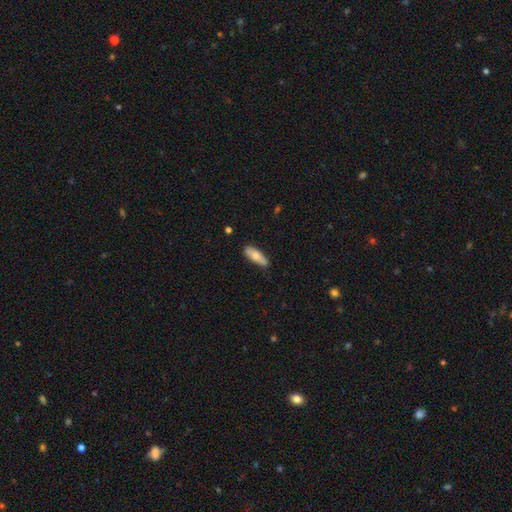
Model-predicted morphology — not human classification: Q: Smooth or featured?
A: smooth (66%); runner-up: featured or disk (28%)
Q: How rounded?
A: in between (60%); runner-up: cigar-shaped (37%)
Q: Merging?
A: none (82%); runner-up: minor disturbance (14%)